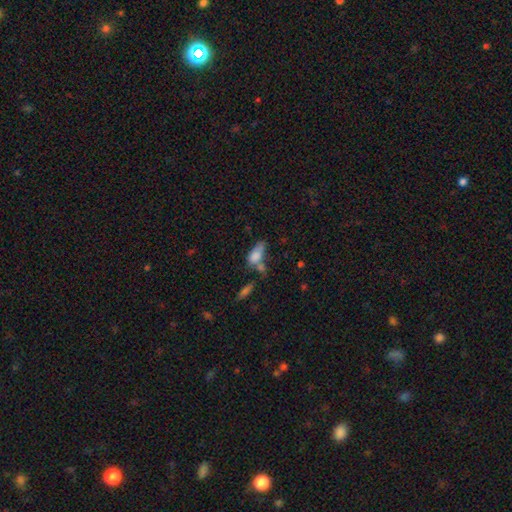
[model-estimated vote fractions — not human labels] The model was most divided on "merging": merger: 34%, none: 29%, minor disturbance: 21%, major disturbance: 16%. More confident: how rounded — in between (85%); smooth or featured — smooth (76%).